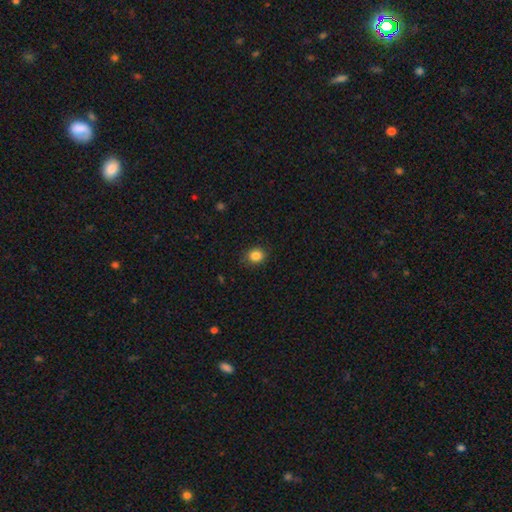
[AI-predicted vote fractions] Smooth or featured?
  - smooth: 85% *
  - star or artifact: 11%
  - featured or disk: 4%
How rounded?
  - round: 77% *
  - in between: 22%
  - cigar-shaped: 1%
Merging?
  - none: 86% *
  - minor disturbance: 10%
  - major disturbance: 2%
  - merger: 1%